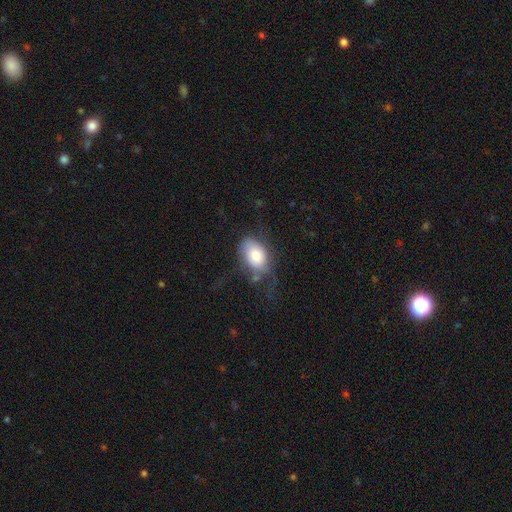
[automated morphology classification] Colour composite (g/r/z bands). It shows a smooth galaxy with no disk features (72%) that is in between round and cigar-shaped (83%). Merging: none (39%).